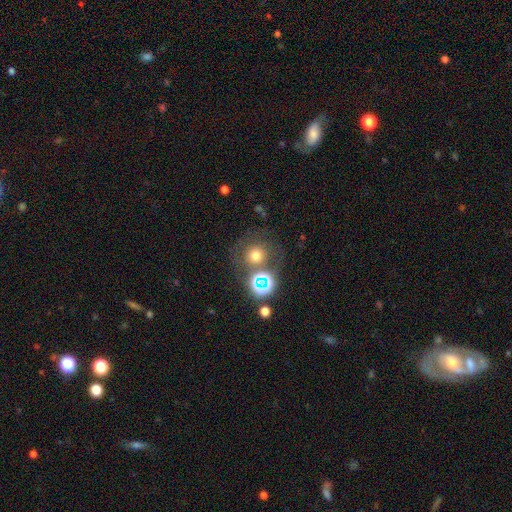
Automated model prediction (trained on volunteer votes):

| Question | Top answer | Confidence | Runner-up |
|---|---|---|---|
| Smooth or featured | smooth | 64% | star or artifact (24%) |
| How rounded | round | 91% | in between (8%) |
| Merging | none | 65% | merger (15%) |